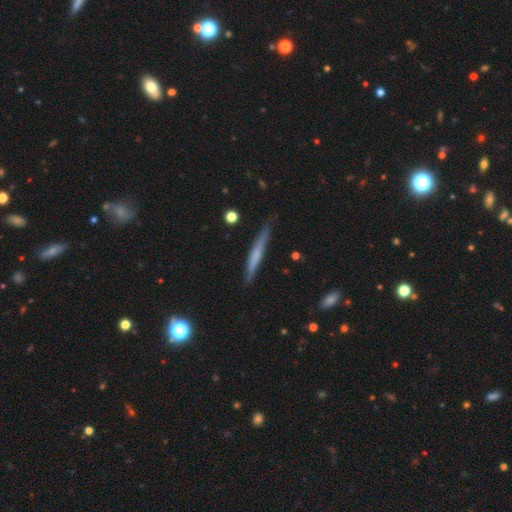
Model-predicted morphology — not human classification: The model was most divided on "smooth or featured": smooth: 47%, featured or disk: 46%, star or artifact: 6%. More confident: merging — none (85%).